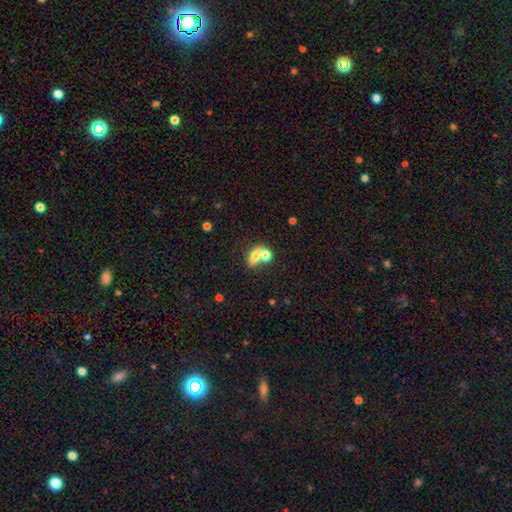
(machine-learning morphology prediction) Smooth or featured? smooth (69%)
How rounded? in between (66%)
Merging? merger (50%)